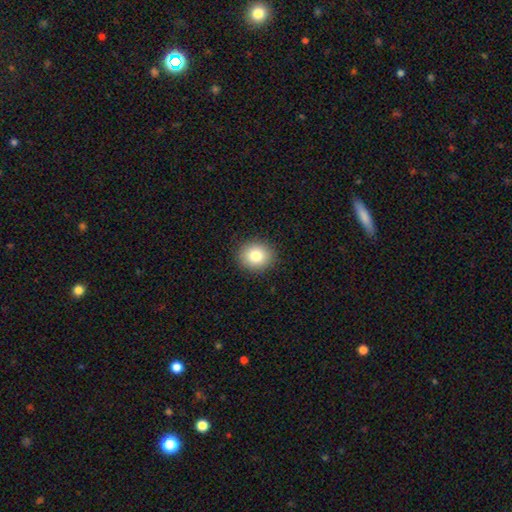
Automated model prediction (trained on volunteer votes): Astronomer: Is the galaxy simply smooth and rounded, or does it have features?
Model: smooth — 82%.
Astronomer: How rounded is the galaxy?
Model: round — 74%.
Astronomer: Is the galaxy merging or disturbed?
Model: none — 90%.